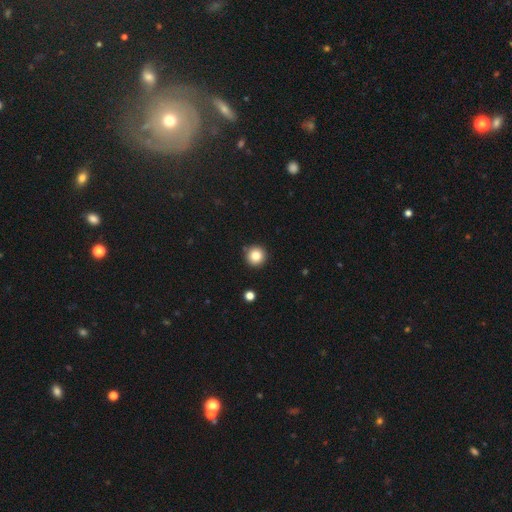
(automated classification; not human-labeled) A smooth galaxy with no disk features (84%) that is round (96%).

Vote fractions:
- Smooth or featured? smooth: 84% / star or artifact: 11% / featured or disk: 6%
- How rounded? round: 96% / in between: 3% / cigar-shaped: 1%
- Merging? none: 91% / minor disturbance: 6% / merger: 2% / major disturbance: 2%